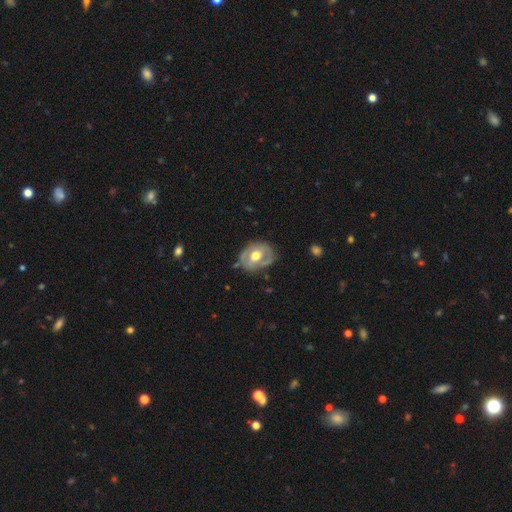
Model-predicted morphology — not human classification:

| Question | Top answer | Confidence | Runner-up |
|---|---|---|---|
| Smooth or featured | featured or disk | 62% | smooth (33%) |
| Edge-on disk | no | 95% | yes (5%) |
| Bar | no | 54% | weak (33%) |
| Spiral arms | no | 57% | yes (43%) |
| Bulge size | moderate | 74% | large (17%) |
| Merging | none | 71% | minor disturbance (20%) |